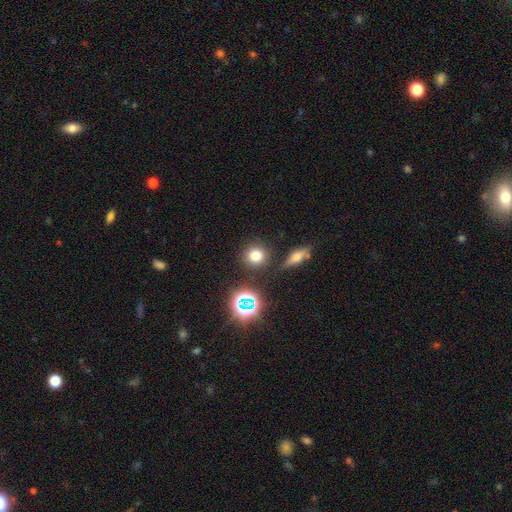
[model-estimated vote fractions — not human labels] smooth 72%, star or artifact 20%, featured or disk 9%. Down the decision tree: how rounded — round (90%); merging — none (85%).